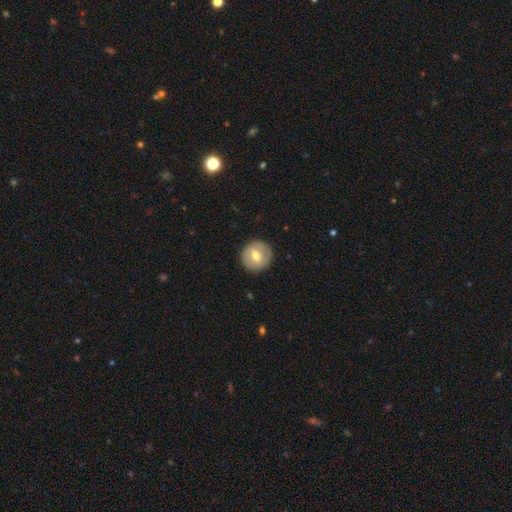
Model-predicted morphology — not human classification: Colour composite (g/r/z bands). It shows a smooth galaxy with no disk features (59%) that is round (93%). Merging: none (90%).